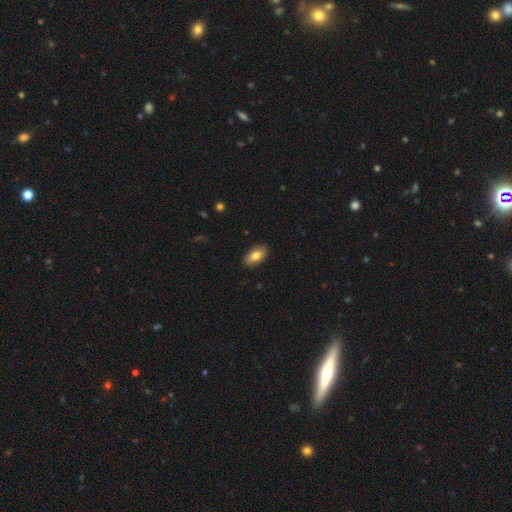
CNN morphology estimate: Smooth or featured: smooth — 78% (featured or disk — 15%)
How rounded: in between — 91% (cigar-shaped — 5%)
Merging: none — 89% (minor disturbance — 9%)